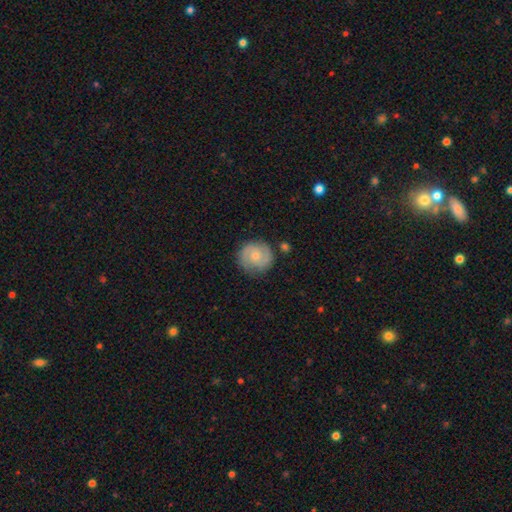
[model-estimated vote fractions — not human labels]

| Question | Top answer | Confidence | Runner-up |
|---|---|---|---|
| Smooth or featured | featured or disk | 59% | smooth (34%) |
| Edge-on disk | no | 98% | yes (2%) |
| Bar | no | 69% | weak (27%) |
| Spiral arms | yes | 89% | no (11%) |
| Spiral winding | tight | 49% | medium (39%) |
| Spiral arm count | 2 | 74% | can't tell (14%) |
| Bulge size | small | 55% | moderate (40%) |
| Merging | none | 80% | minor disturbance (14%) |